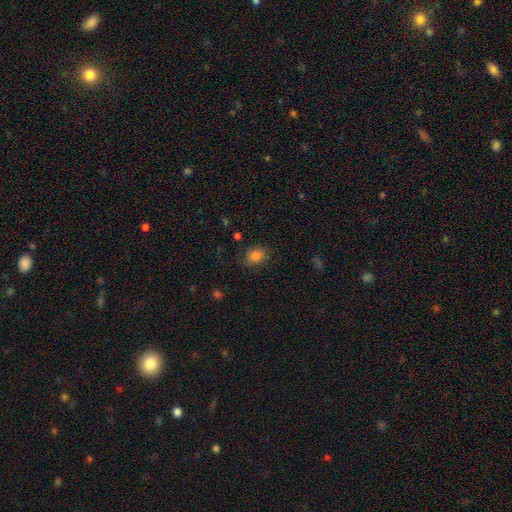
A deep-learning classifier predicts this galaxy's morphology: smooth_or_featured: smooth (p=0.84) [alt: star or artifact p=0.10]
how_rounded: round (p=0.52) [alt: in between p=0.47]
merging: none (p=0.77) [alt: minor disturbance p=0.16]